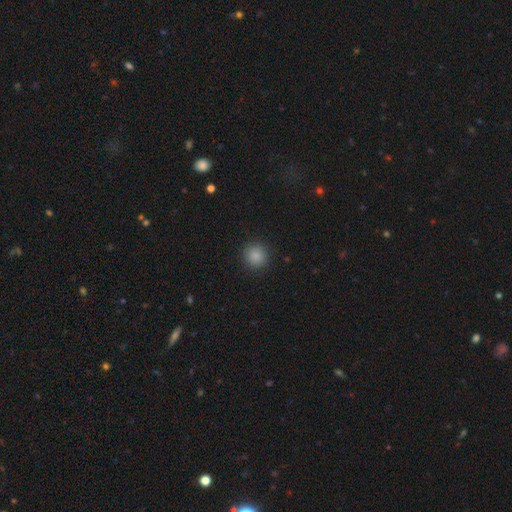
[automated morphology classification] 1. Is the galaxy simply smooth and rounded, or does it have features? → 87% smooth, 10% star or artifact, 3% featured or disk.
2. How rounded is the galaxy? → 94% round, 5% in between, 1% cigar-shaped.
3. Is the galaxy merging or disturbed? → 91% none, 6% minor disturbance, 2% major disturbance, 1% merger.